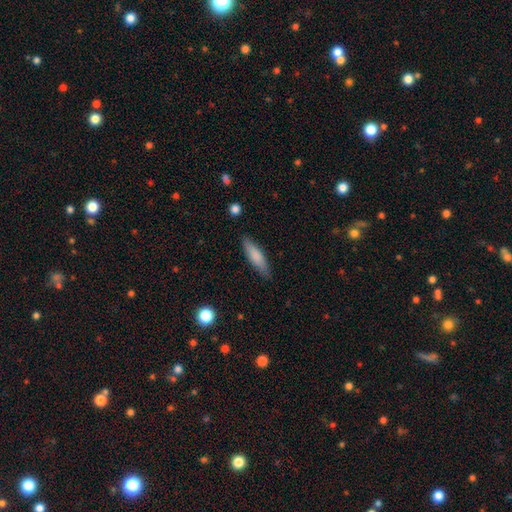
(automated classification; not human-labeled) Q: Smooth or featured?
A: smooth (80%); runner-up: featured or disk (14%)
Q: How rounded?
A: cigar-shaped (63%); runner-up: in between (36%)
Q: Merging?
A: none (83%); runner-up: minor disturbance (13%)